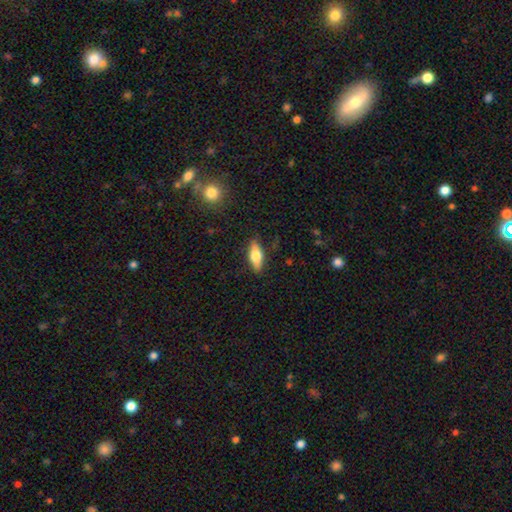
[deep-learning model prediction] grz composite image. It shows a smooth galaxy with no disk features (61%) that is in between round and cigar-shaped (62%). Merging: none (86%).